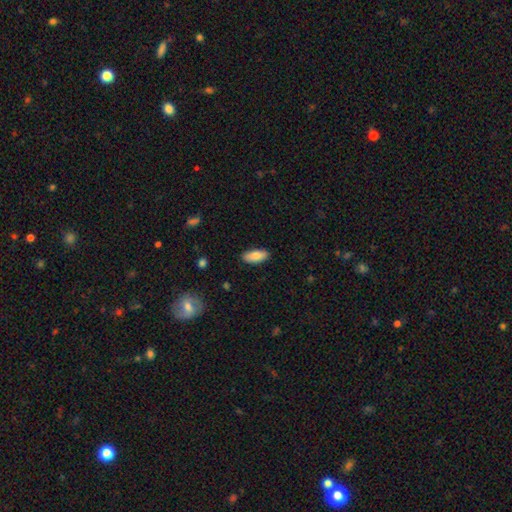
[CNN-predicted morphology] smooth_or_featured: smooth (p=0.83) [alt: featured or disk p=0.11]
how_rounded: in between (p=0.84) [alt: cigar-shaped p=0.14]
merging: none (p=0.88) [alt: minor disturbance p=0.09]